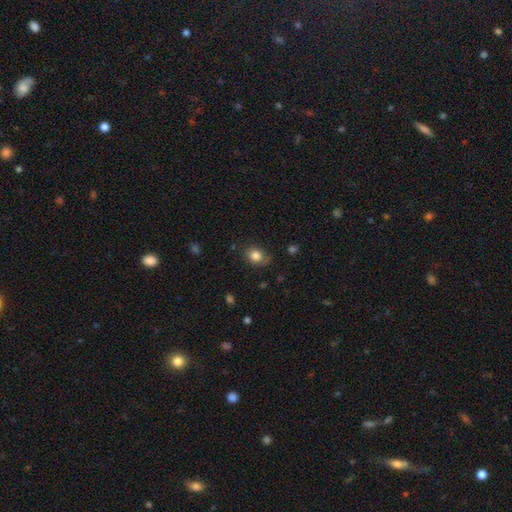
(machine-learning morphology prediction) The model was most divided on "how rounded": round: 60%, in between: 40%, cigar-shaped: 1%. More confident: smooth or featured — smooth (82%); merging — none (74%).